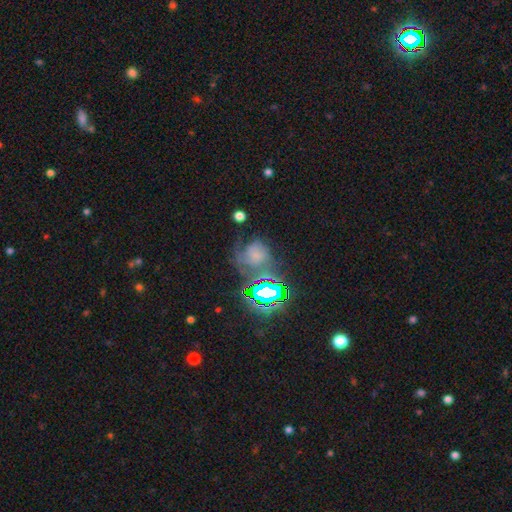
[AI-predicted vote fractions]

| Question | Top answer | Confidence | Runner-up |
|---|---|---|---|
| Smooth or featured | smooth | 39% | featured or disk (31%) |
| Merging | none | 39% | major disturbance (30%) |